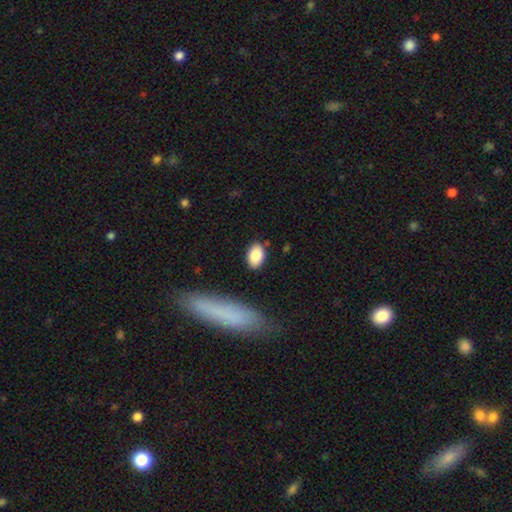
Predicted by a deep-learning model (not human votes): Smooth or featured? smooth (85%)
How rounded? in between (88%)
Merging? none (83%)